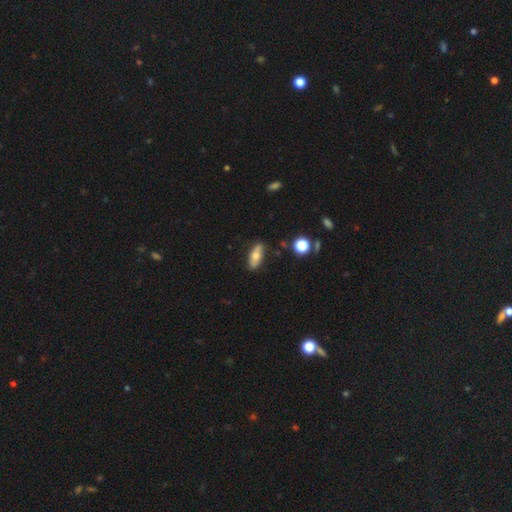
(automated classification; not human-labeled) Q: Smooth or featured?
A: smooth (62%); runner-up: featured or disk (30%)
Q: How rounded?
A: in between (69%); runner-up: cigar-shaped (27%)
Q: Merging?
A: none (81%); runner-up: minor disturbance (14%)